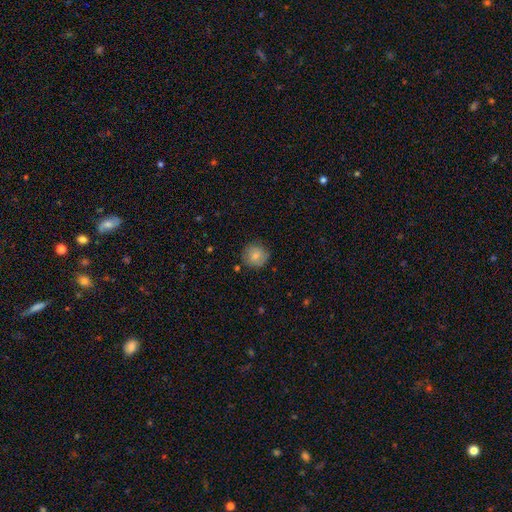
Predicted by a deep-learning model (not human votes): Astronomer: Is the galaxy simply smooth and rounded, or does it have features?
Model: smooth — 81%.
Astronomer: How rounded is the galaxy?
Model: round — 92%.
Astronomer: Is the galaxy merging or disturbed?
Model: none — 83%.